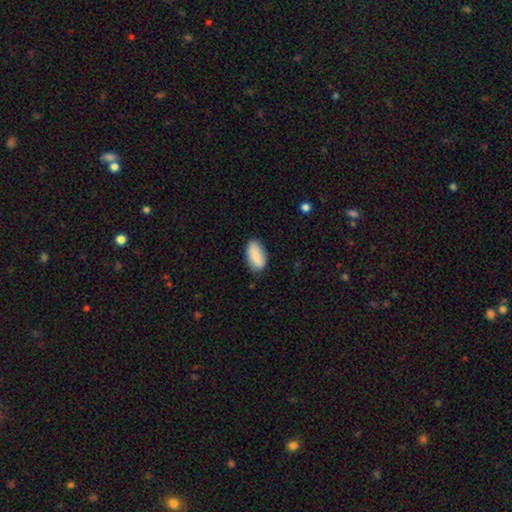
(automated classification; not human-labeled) Smooth or featured? smooth (86%)
How rounded? in between (93%)
Merging? none (78%)